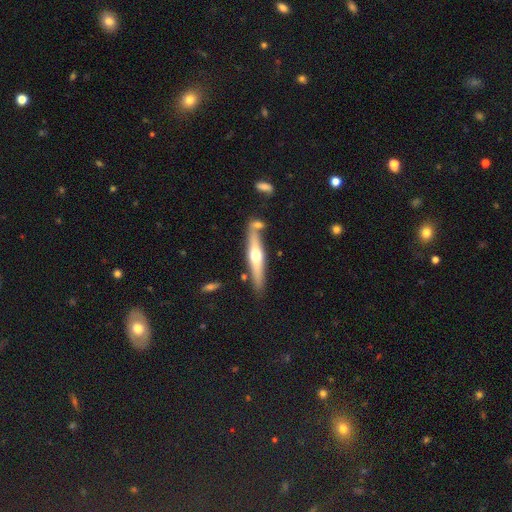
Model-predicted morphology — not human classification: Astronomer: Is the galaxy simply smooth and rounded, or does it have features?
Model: featured or disk — 58% (runner-up: smooth, 37%).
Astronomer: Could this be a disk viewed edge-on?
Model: yes — 94%.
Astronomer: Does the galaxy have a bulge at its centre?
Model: rounded — 91%.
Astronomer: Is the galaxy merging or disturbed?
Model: none — 76%.